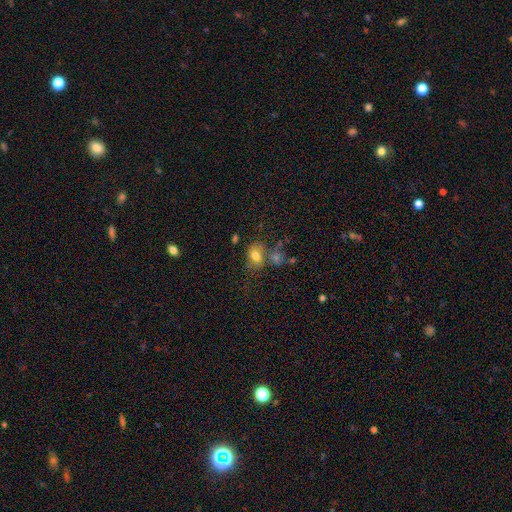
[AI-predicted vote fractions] The model was most divided on "merging": none: 44%, merger: 28%, minor disturbance: 18%, major disturbance: 10%. More confident: how rounded — in between (76%); smooth or featured — smooth (75%).